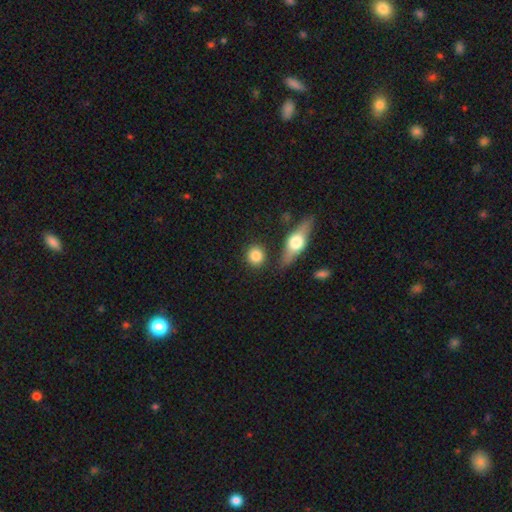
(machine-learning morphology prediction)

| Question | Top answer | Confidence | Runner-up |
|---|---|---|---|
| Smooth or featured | smooth | 82% | featured or disk (11%) |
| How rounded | round | 87% | in between (10%) |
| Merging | none | 82% | minor disturbance (9%) |